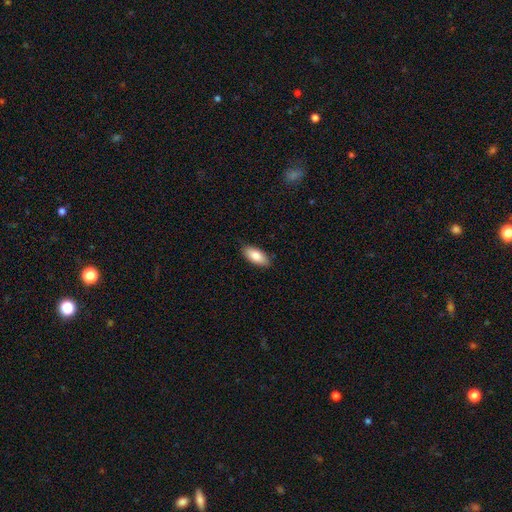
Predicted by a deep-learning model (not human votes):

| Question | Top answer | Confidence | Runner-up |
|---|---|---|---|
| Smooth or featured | smooth | 84% | featured or disk (10%) |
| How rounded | in between | 88% | cigar-shaped (10%) |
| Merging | none | 87% | minor disturbance (10%) |